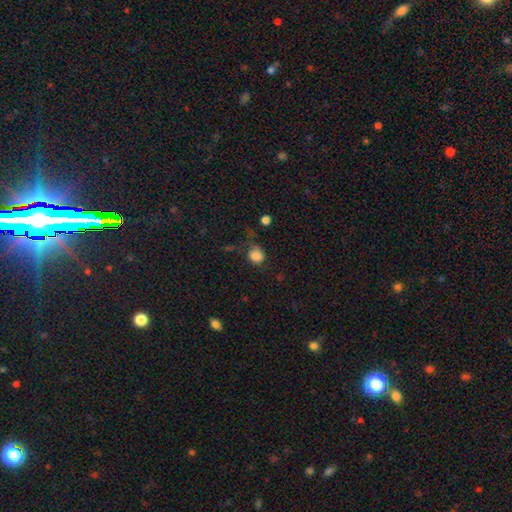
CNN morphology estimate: A smooth galaxy with no disk features (82%) that is round (69%). Merging: none (49%).